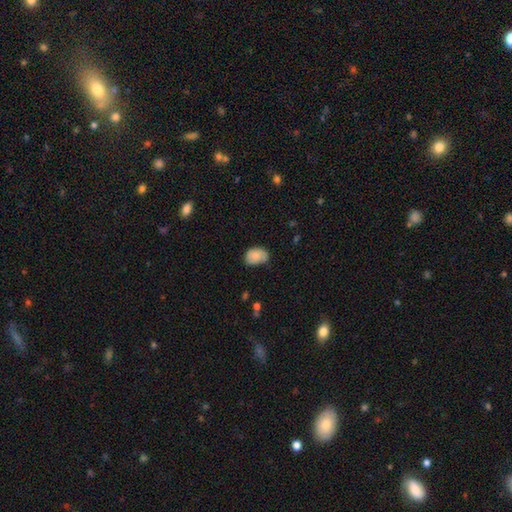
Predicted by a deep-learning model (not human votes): Overall: smooth (77%). How rounded: in between (75%). Merging: none (54%; minor disturbance 35%).